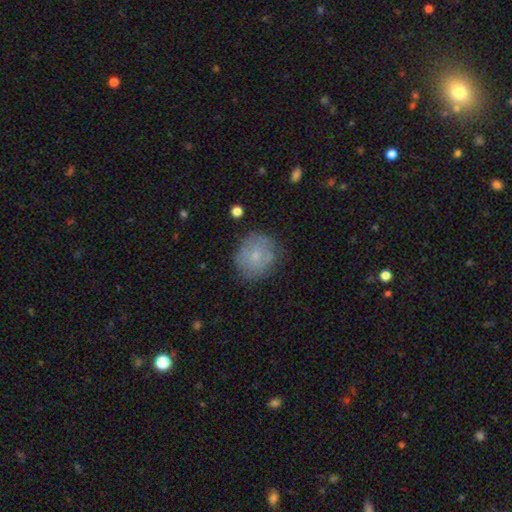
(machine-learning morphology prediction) smooth-or-featured: smooth: 65% | featured or disk: 27% | star or artifact: 8%
  how-rounded: round: 80% | in between: 19% | cigar-shaped: 1%
  merging: none: 69% | minor disturbance: 21% | major disturbance: 7% | merger: 3%